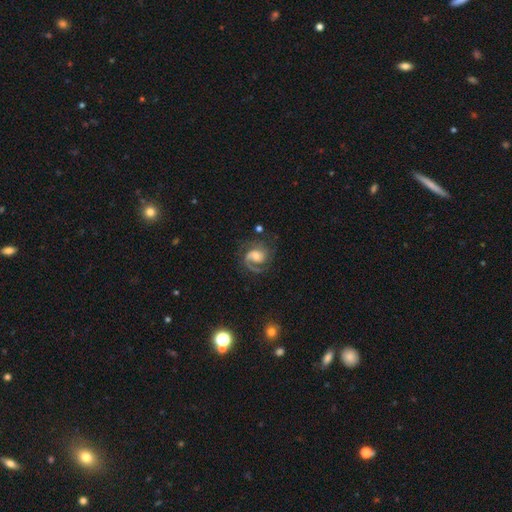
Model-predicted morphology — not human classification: A featured or disk galaxy (84%) with no bar (57%), 2 (48%) medium (47%) spiral arms (96%) and a moderate central bulge (50%).

Vote fractions:
- Smooth or featured? featured or disk: 84% / smooth: 9% / star or artifact: 7%
- Edge-on disk? no: 98% / yes: 2%
- Bar? no: 57% / weak: 35% / strong: 8%
- Spiral arms? yes: 96% / no: 4%
- Spiral winding? medium: 47% / tight: 35% / loose: 18%
- Spiral arm count? 2: 48% / 1: 38% / can't tell: 6% / 3: 5% / 4: 2% / more than 4: 2%
- Bulge size? moderate: 50% / small: 36% / large: 9% / none: 4% / dominant: 2%
- Merging? none: 66% / minor disturbance: 17% / major disturbance: 15% / merger: 2%